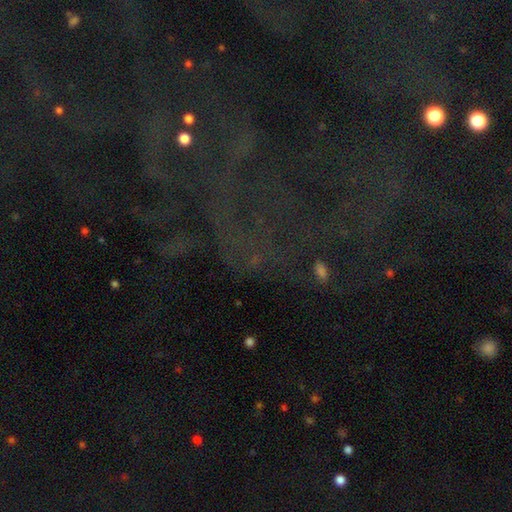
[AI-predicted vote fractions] Morphology: type=star or artifact (75%).